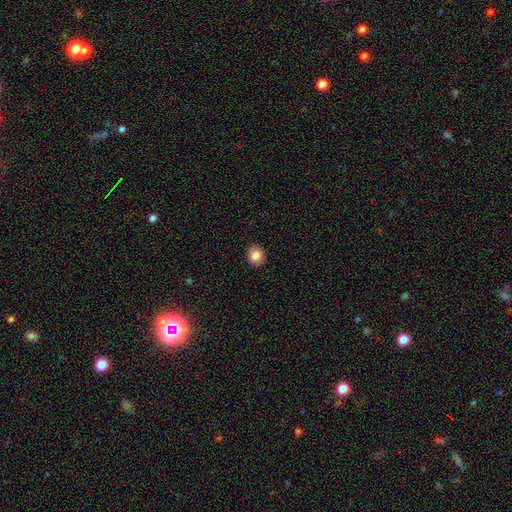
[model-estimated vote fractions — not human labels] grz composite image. It shows a smooth galaxy with no disk features (84%) that is round (72%). Merging: none (91%).